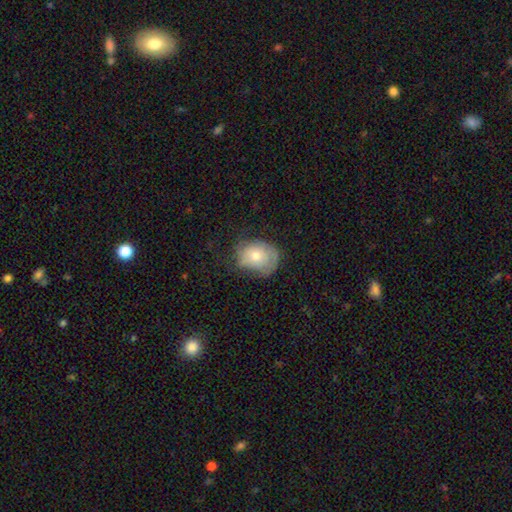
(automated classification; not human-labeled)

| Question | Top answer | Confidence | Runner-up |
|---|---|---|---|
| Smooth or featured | smooth | 61% | featured or disk (31%) |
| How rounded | round | 54% | in between (46%) |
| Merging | none | 50% | minor disturbance (32%) |